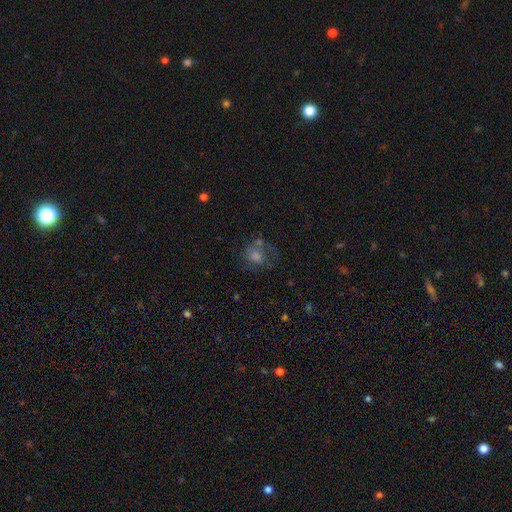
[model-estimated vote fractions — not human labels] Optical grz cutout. It shows a smooth galaxy with no disk features (48%). Merging: none (48%).